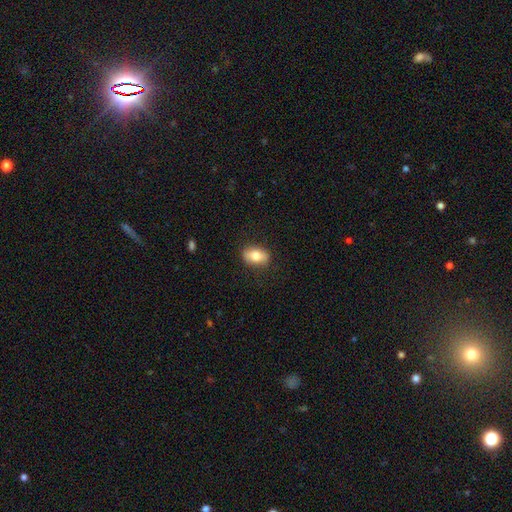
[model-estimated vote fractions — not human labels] A smooth galaxy with no disk features (74%) that is in between round and cigar-shaped (83%). Merging: none (84%).